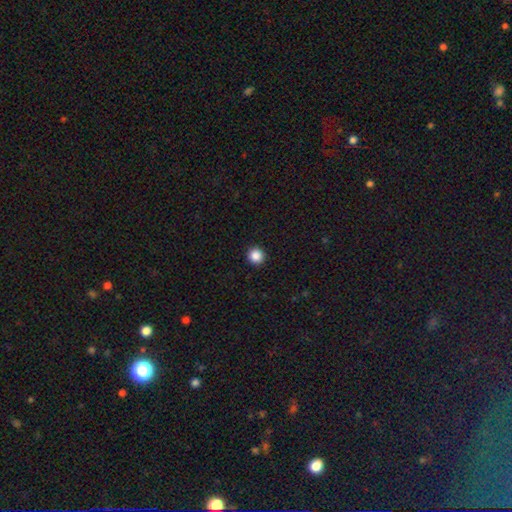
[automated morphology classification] Q: Smooth or featured?
A: smooth (87%); runner-up: star or artifact (10%)
Q: How rounded?
A: round (96%); runner-up: in between (3%)
Q: Merging?
A: none (94%); runner-up: minor disturbance (4%)